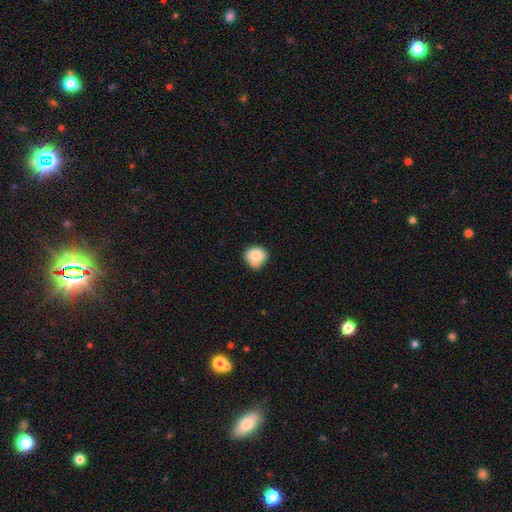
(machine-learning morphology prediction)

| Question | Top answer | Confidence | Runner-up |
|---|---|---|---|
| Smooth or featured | smooth | 82% | featured or disk (10%) |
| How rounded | round | 81% | in between (18%) |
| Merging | none | 58% | minor disturbance (26%) |